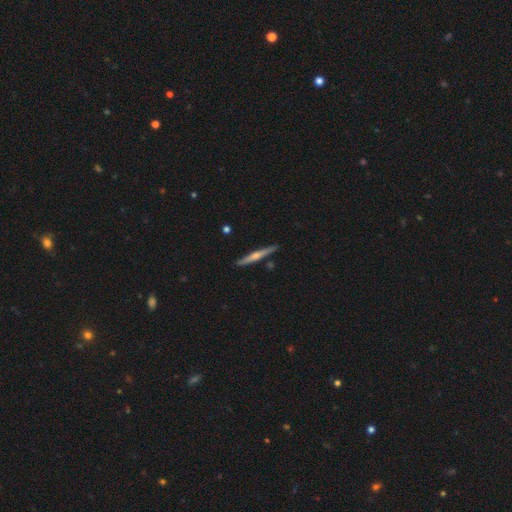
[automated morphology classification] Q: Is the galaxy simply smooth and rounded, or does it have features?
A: featured or disk — 70%.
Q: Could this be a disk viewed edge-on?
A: yes — 98%.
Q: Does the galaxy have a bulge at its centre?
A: rounded — 81%.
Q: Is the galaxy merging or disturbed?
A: none — 90%.